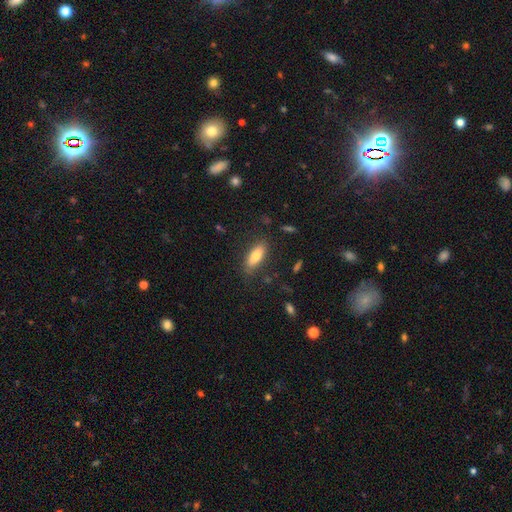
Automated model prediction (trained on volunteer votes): Smooth or featured? Predicted: smooth (p=0.72). How rounded? Predicted: in between (p=0.67). Merging? Predicted: none (p=0.80).